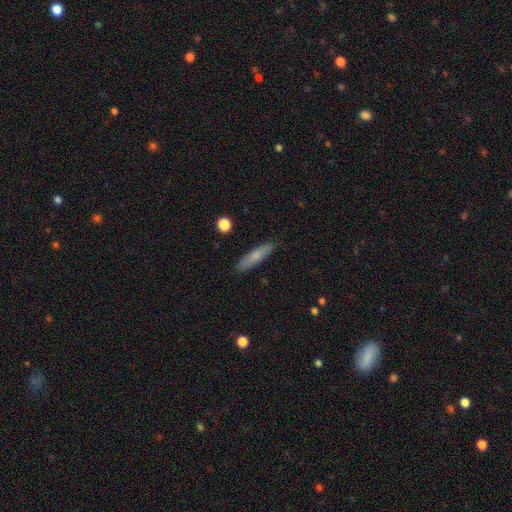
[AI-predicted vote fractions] A smooth galaxy with no disk features (70%) that is cigar-shaped (83%).

Vote fractions:
- Smooth or featured? smooth: 70% / featured or disk: 23% / star or artifact: 7%
- How rounded? cigar-shaped: 83% / in between: 16% / round: 2%
- Merging? none: 89% / minor disturbance: 8% / major disturbance: 2% / merger: 1%